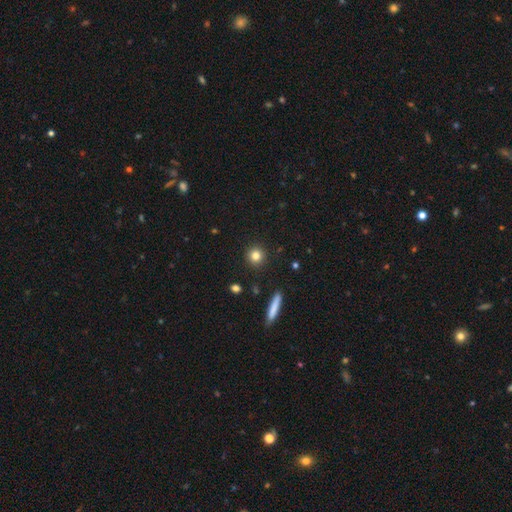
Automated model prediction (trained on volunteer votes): smooth 81%, star or artifact 11%, featured or disk 8%. Down the decision tree: how rounded — round (93%); merging — none (92%).